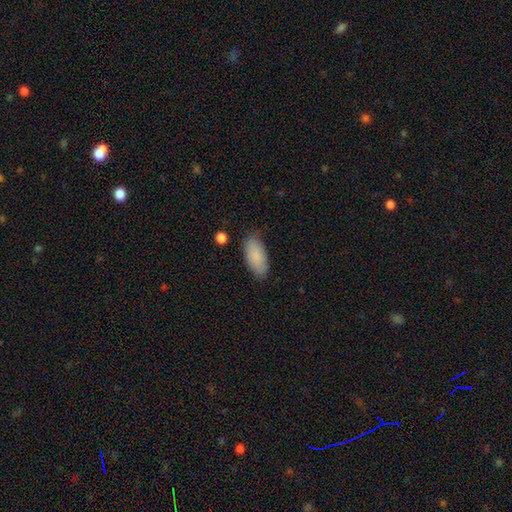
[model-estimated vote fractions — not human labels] Overall: smooth (87%). How rounded: in between (90%). Merging: none (80%).